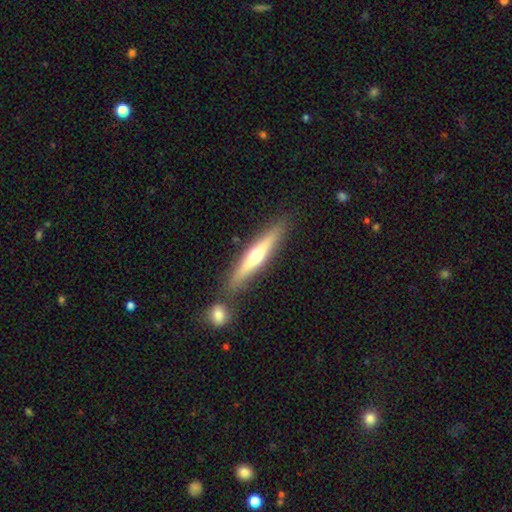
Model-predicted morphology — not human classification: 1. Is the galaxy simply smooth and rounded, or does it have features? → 55% featured or disk, 40% smooth, 6% star or artifact.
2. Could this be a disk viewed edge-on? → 93% yes, 7% no.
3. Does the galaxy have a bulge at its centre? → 87% rounded, 10% none, 3% boxy.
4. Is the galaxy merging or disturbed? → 80% none, 10% minor disturbance, 8% merger, 2% major disturbance.